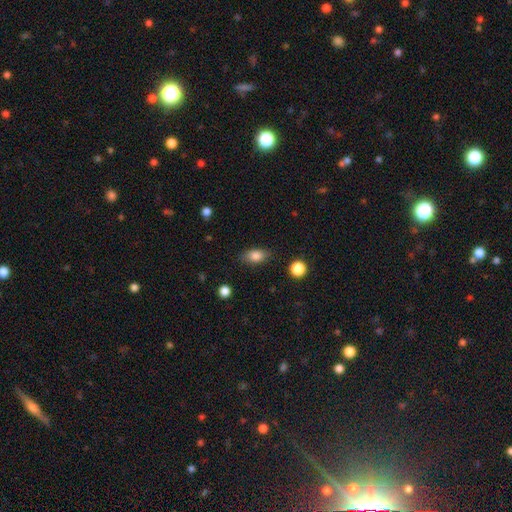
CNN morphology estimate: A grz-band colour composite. It shows a smooth galaxy with no disk features (83%) that is in between round and cigar-shaped (85%). Merging: none (83%).